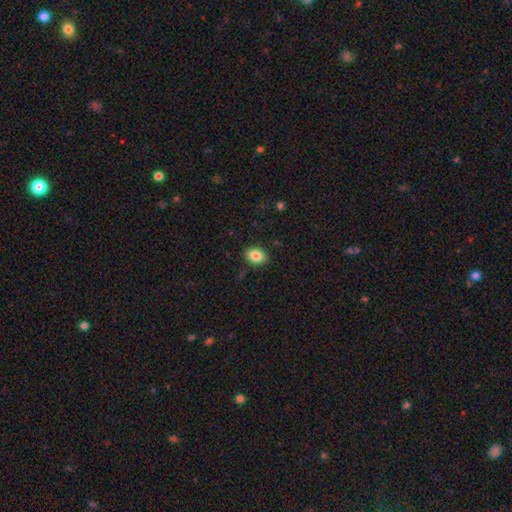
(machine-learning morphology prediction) This is clearly a smooth galaxy (85%). How rounded: likely in between (68%). Merging: clearly none (88%).